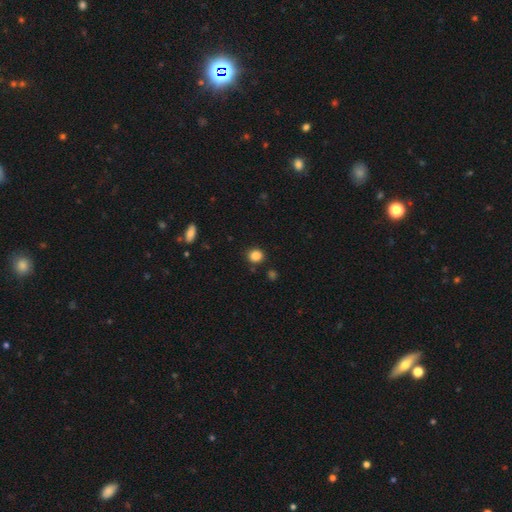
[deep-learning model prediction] Morphology: type=smooth (85%); roundness=round (85%); merging=none (88%).